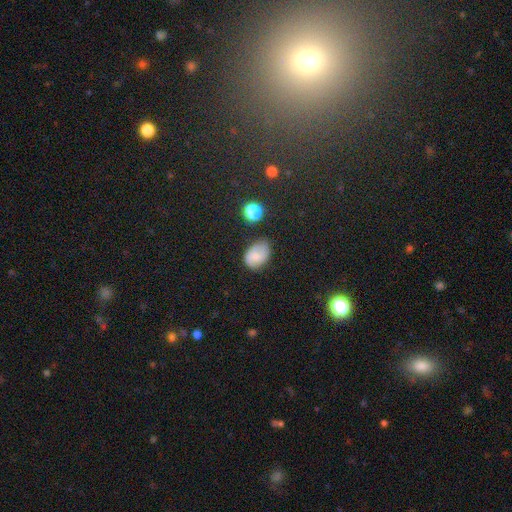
A smooth galaxy with no disk features (72%) that is in between round and cigar-shaped (79%).

Vote fractions:
- Smooth or featured? smooth: 72% / featured or disk: 26% / star or artifact: 3%
- How rounded? in between: 79% / round: 21% / cigar-shaped: 0%
- Merging? none: 47% / minor disturbance: 42% / major disturbance: 8% / merger: 3%